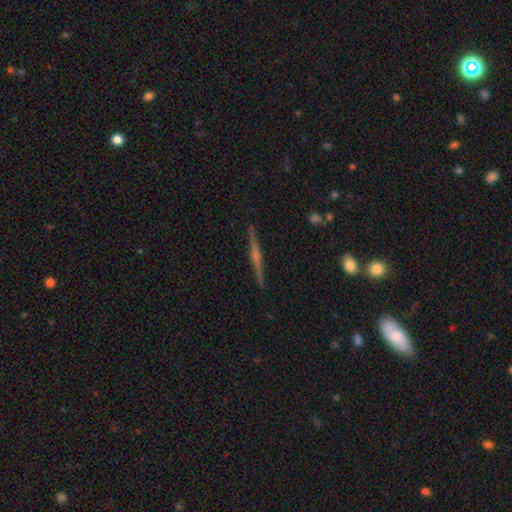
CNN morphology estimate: A featured or disk galaxy (80%) viewed edge-on (98%) with a rounded central bulge (77%). Merging: none (92%).